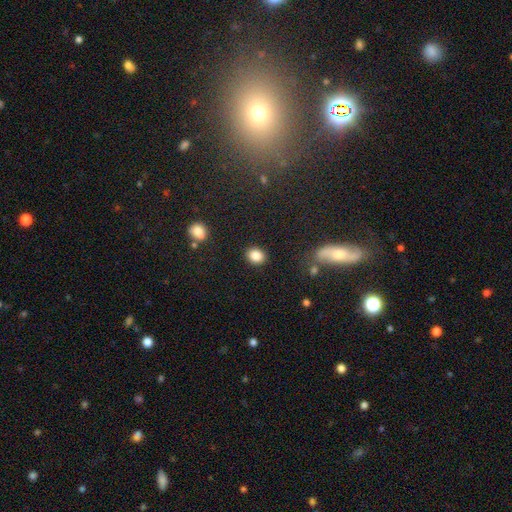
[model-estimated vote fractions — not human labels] Morphology: type=smooth (86%); roundness=round (58%); merging=none (87%).